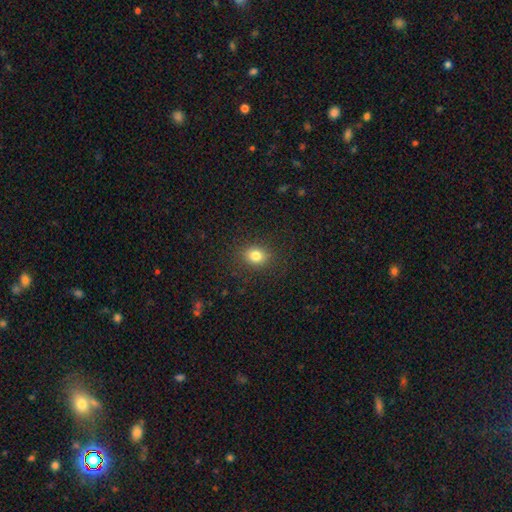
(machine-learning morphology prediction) smooth_or_featured: smooth (p=0.81) [alt: star or artifact p=0.12]
how_rounded: round (p=0.62) [alt: in between p=0.37]
merging: none (p=0.87) [alt: minor disturbance p=0.09]